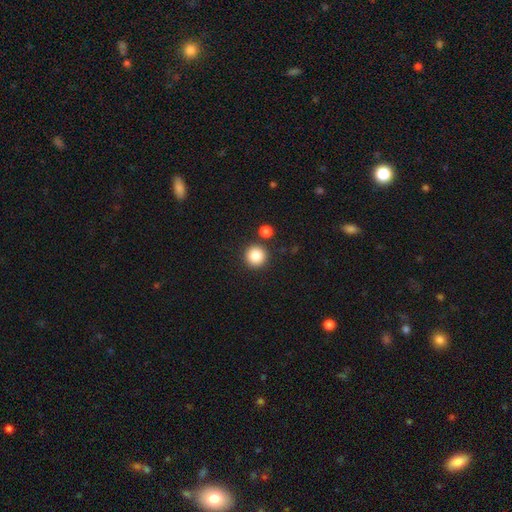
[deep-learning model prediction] Smooth or featured?
  - smooth: 86% *
  - star or artifact: 9%
  - featured or disk: 5%
How rounded?
  - round: 95% *
  - in between: 4%
  - cigar-shaped: 1%
Merging?
  - none: 87% *
  - minor disturbance: 6%
  - merger: 5%
  - major disturbance: 2%